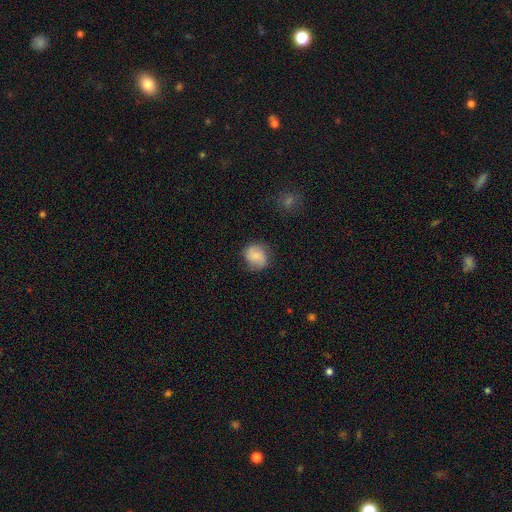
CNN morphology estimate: smooth 71%, featured or disk 21%, star or artifact 8%. Down the decision tree: how rounded — round (72%); merging — none (77%).